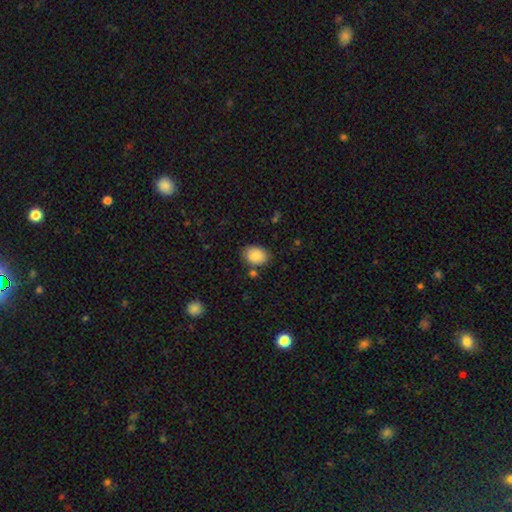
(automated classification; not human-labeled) A smooth galaxy with no disk features (88%) that is in between round and cigar-shaped (71%).

Vote fractions:
- Smooth or featured? smooth: 88% / star or artifact: 7% / featured or disk: 5%
- How rounded? in between: 71% / round: 28% / cigar-shaped: 1%
- Merging? none: 80% / minor disturbance: 12% / merger: 5% / major disturbance: 3%